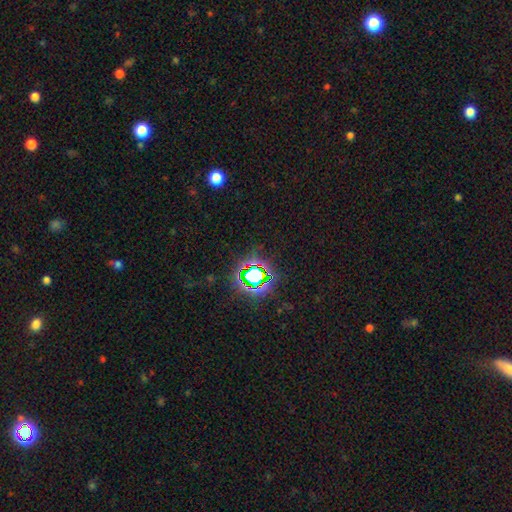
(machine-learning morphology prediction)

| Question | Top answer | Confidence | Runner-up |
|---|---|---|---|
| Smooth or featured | star or artifact | 79% | smooth (13%) |